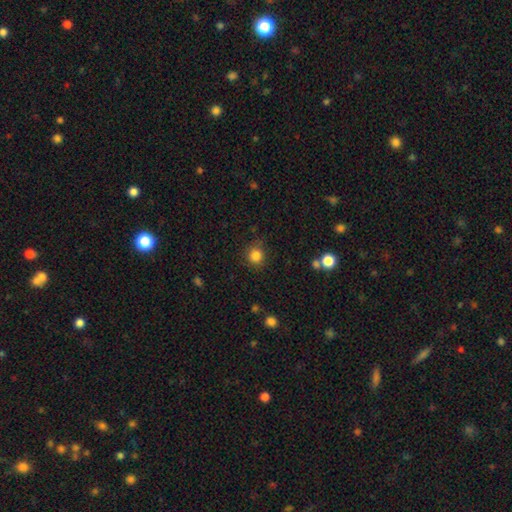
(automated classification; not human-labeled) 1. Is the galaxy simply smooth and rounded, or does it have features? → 84% smooth, 12% star or artifact, 4% featured or disk.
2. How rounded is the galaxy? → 90% round, 9% in between, 1% cigar-shaped.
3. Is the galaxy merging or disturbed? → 83% none, 11% minor disturbance, 4% major disturbance, 2% merger.